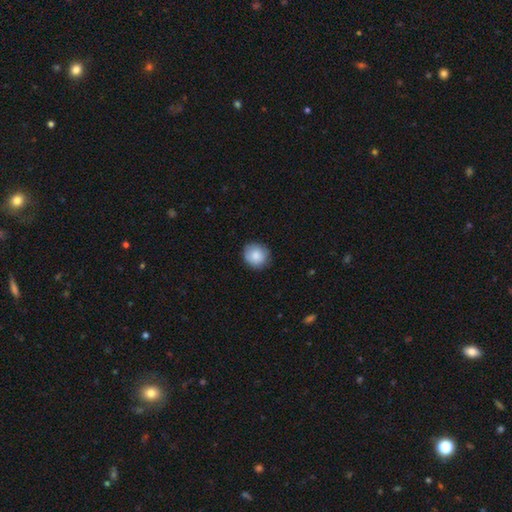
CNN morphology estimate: Overall: smooth (86%). How rounded: round (87%). Merging: none (86%).